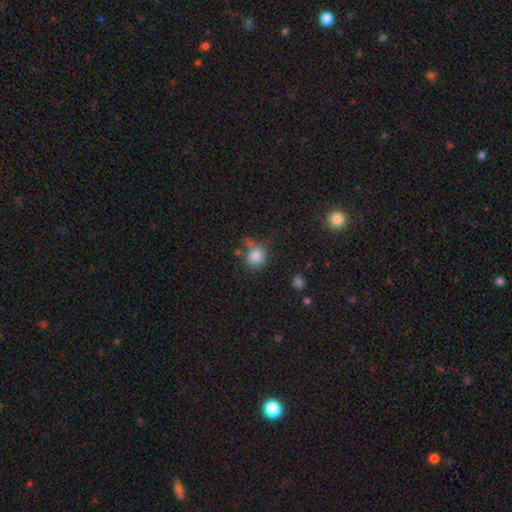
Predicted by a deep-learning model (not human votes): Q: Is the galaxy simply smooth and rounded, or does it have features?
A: smooth — 83%.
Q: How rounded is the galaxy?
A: round — 80%.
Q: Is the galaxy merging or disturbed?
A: none — 60%.